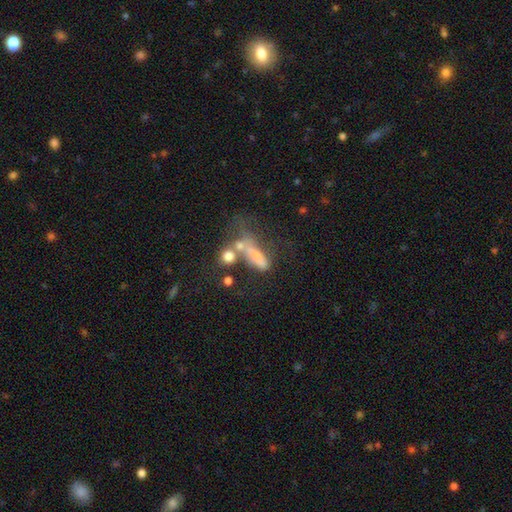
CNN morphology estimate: smooth 45%, featured or disk 36%, star or artifact 19%. Down the decision tree: merging — merger (38%).